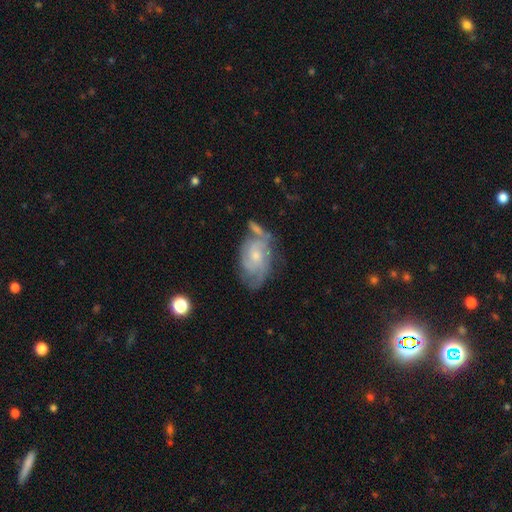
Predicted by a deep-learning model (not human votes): smooth_or_featured: featured or disk (p=0.77) [alt: smooth p=0.17]
disk_edge_on: no (p=0.96) [alt: yes p=0.04]
bar: no (p=0.67) [alt: weak p=0.29]
has_spiral_arms: yes (p=0.91) [alt: no p=0.09]
spiral_winding: tight (p=0.50) [alt: medium p=0.38]
spiral_arm_count: can't tell (p=0.34) [alt: 2 p=0.29]
bulge_size: small (p=0.61) [alt: moderate p=0.33]
merging: none (p=0.49) [alt: minor disturbance p=0.24]